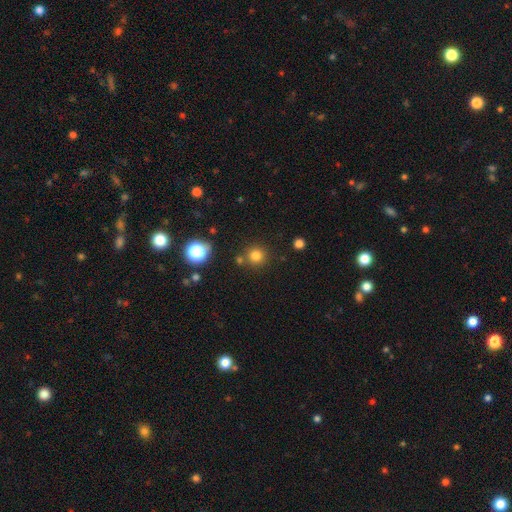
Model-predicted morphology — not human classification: Smooth or featured? Predicted: smooth (p=0.79). How rounded? Predicted: round (p=0.94). Merging? Predicted: none (p=0.81).